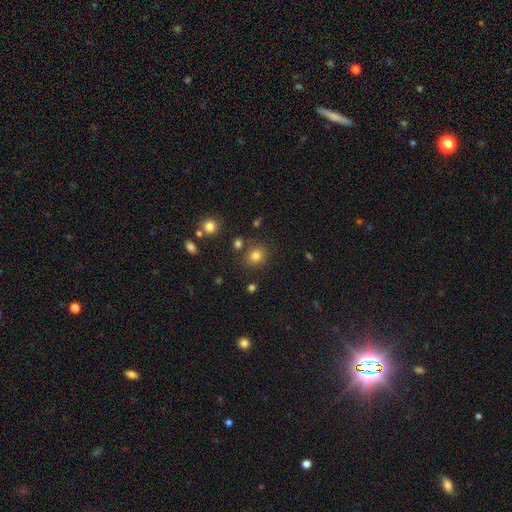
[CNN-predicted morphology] Smooth or featured?
  - smooth: 80% *
  - star or artifact: 13%
  - featured or disk: 7%
How rounded?
  - round: 77% *
  - in between: 22%
  - cigar-shaped: 1%
Merging?
  - none: 80% *
  - minor disturbance: 10%
  - merger: 6%
  - major disturbance: 4%